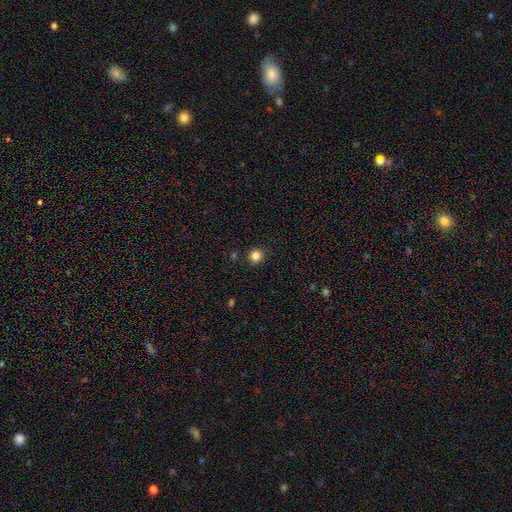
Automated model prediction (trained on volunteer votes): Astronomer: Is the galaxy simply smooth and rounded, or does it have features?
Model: smooth — 84%.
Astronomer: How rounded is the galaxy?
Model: round — 91%.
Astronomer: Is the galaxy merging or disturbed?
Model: none — 90%.